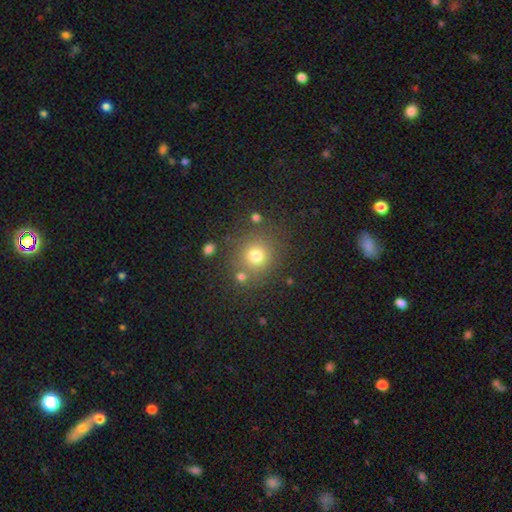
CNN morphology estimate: Smooth or featured? Predicted: smooth (p=0.74). How rounded? Predicted: round (p=0.87). Merging? Predicted: none (p=0.77).